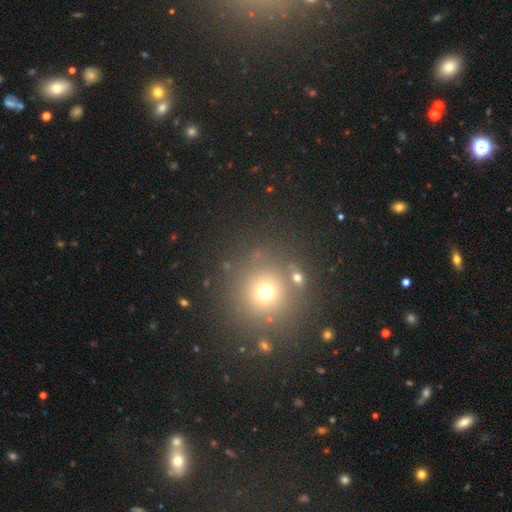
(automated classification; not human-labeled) The model was most divided on "smooth or featured": smooth: 61%, star or artifact: 30%, featured or disk: 9%. More confident: how rounded — round (93%); merging — none (83%).